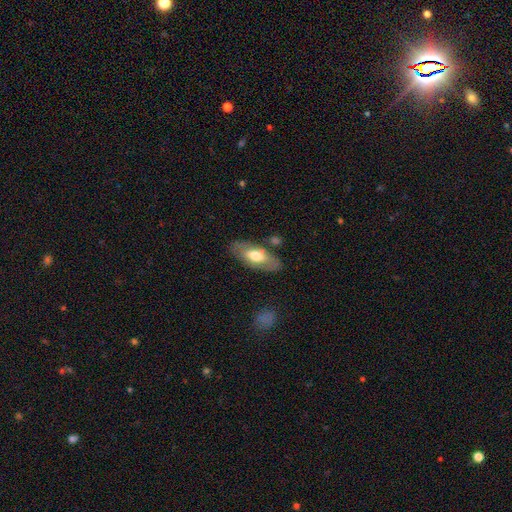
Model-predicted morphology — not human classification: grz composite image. It shows a smooth galaxy with no disk features (57%) that is in between round and cigar-shaped (85%). Merging: none (77%).